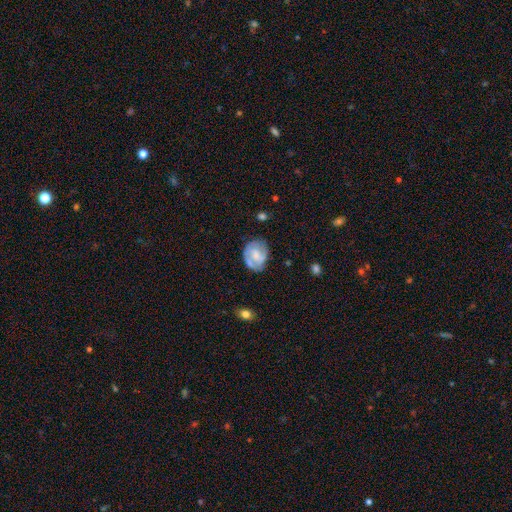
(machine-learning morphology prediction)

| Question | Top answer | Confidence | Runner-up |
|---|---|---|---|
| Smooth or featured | featured or disk | 62% | smooth (32%) |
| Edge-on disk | no | 98% | yes (2%) |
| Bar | no | 53% | weak (38%) |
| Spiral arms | yes | 78% | no (22%) |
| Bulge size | small | 39% | moderate (35%) |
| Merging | none | 62% | minor disturbance (25%) |